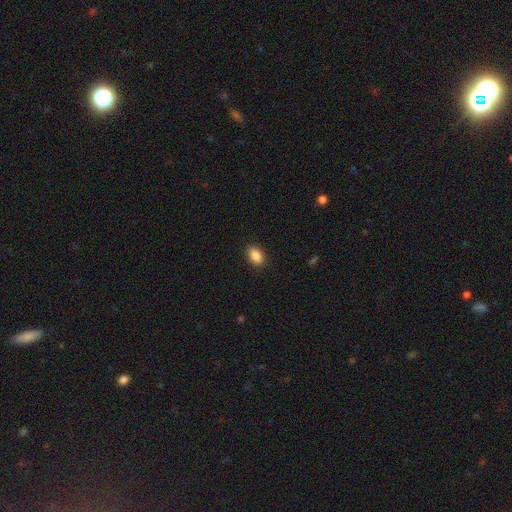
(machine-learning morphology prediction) The model was most divided on "how rounded": in between: 89%, round: 9%, cigar-shaped: 2%. More confident: merging — none (89%); smooth or featured — smooth (88%).